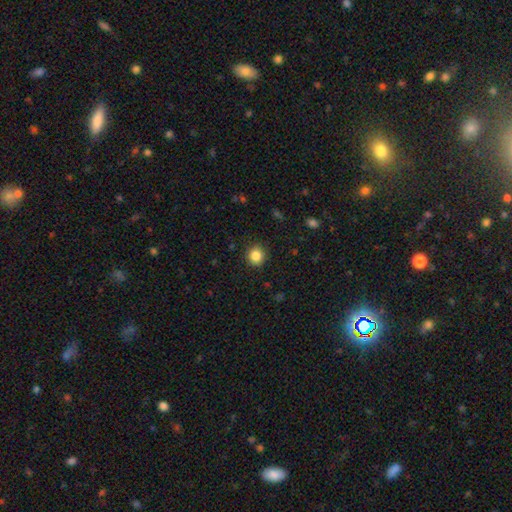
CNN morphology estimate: smooth-or-featured: smooth: 85% | star or artifact: 10% | featured or disk: 5%
  how-rounded: round: 87% | in between: 12% | cigar-shaped: 1%
  merging: none: 91% | minor disturbance: 6% | major disturbance: 2% | merger: 1%